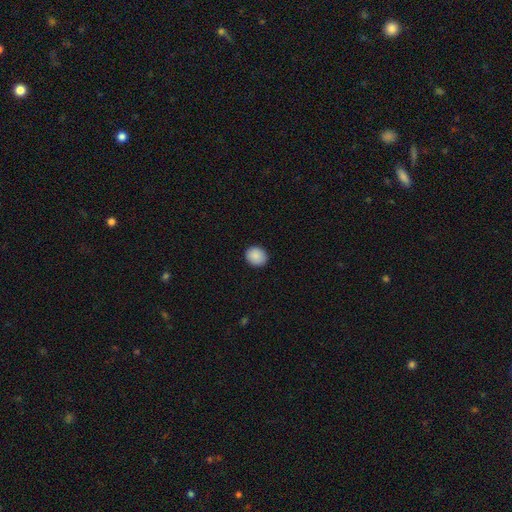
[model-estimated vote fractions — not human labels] smooth_or_featured: smooth (p=0.89) [alt: star or artifact p=0.08]
how_rounded: round (p=0.71) [alt: in between p=0.28]
merging: none (p=0.89) [alt: minor disturbance p=0.08]